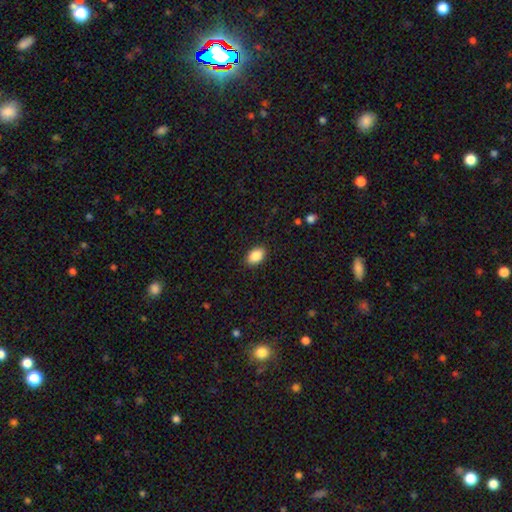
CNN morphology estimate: Smooth or featured: smooth — 89% (star or artifact — 8%)
How rounded: in between — 87% (round — 11%)
Merging: none — 89% (minor disturbance — 8%)